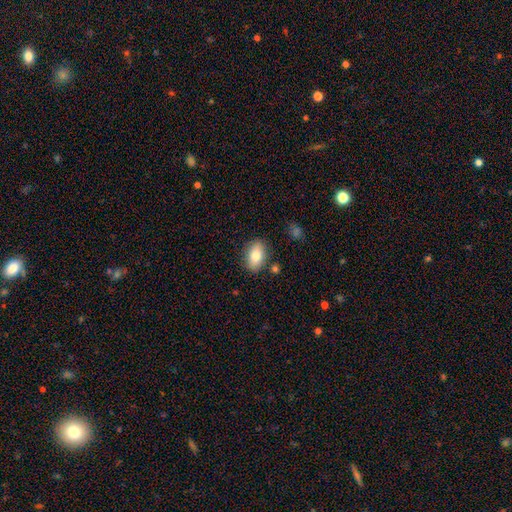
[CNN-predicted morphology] smooth_or_featured: smooth (p=0.82) [alt: featured or disk p=0.11]
how_rounded: in between (p=0.87) [alt: round p=0.11]
merging: none (p=0.82) [alt: minor disturbance p=0.12]